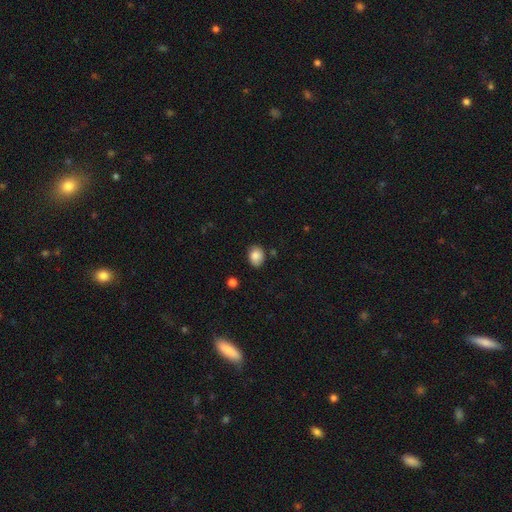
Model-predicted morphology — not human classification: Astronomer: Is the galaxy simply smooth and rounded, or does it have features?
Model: smooth — 85%.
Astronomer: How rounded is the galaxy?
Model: in between — 61% (runner-up: round, 38%).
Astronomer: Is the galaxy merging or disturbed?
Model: none — 77%.